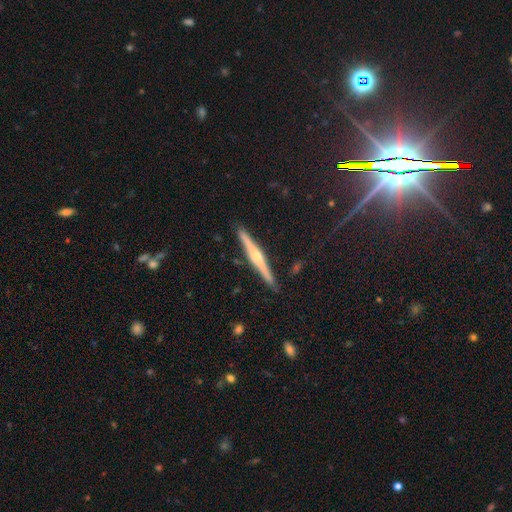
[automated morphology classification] Q: Smooth or featured?
A: featured or disk (76%); runner-up: smooth (17%)
Q: Edge-on disk?
A: yes (98%); runner-up: no (2%)
Q: Edge-on bulge?
A: rounded (84%); runner-up: none (9%)
Q: Merging?
A: none (91%); runner-up: minor disturbance (7%)